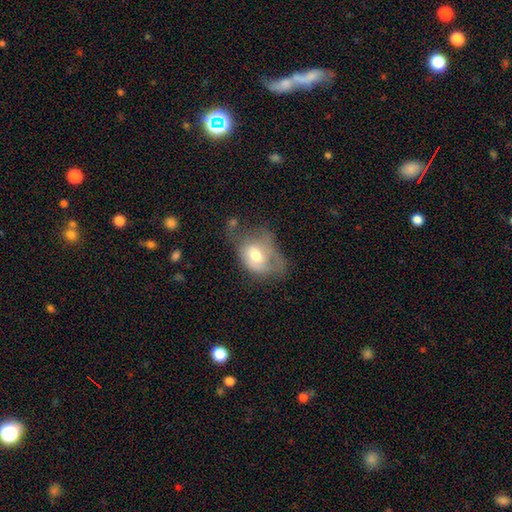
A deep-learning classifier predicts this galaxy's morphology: Smooth or featured: smooth — 59% (featured or disk — 33%)
How rounded: in between — 71% (round — 28%)
Merging: major disturbance — 42% (minor disturbance — 30%)